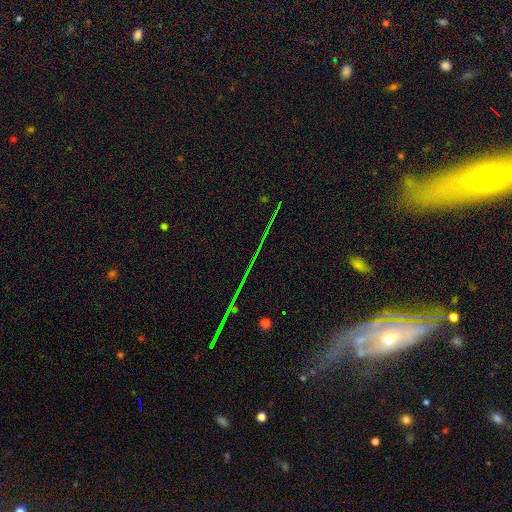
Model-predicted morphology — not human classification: A featured or disk galaxy (50%). Merging: none (64%).